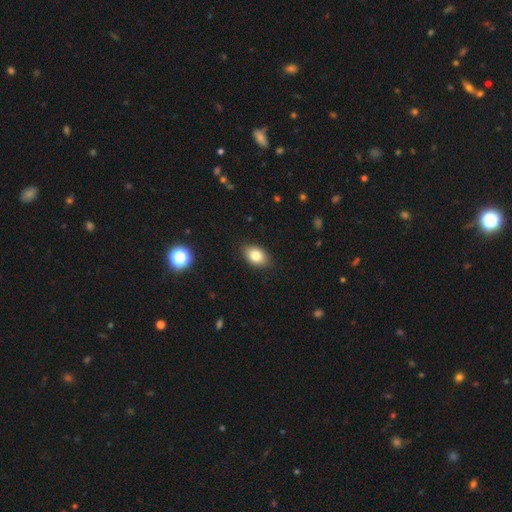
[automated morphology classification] smooth_or_featured: smooth (p=0.81) [alt: featured or disk p=0.10]
how_rounded: in between (p=0.86) [alt: round p=0.13]
merging: none (p=0.87) [alt: minor disturbance p=0.10]